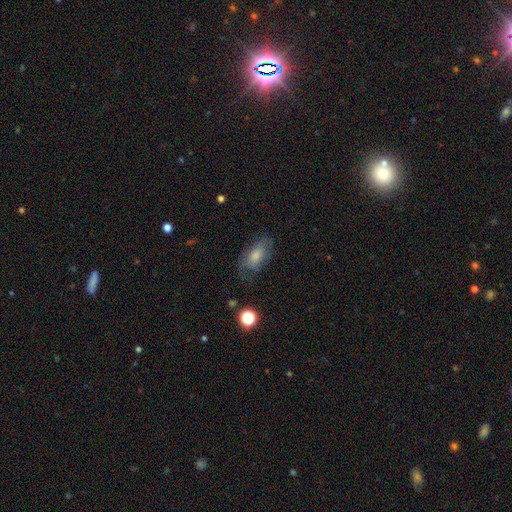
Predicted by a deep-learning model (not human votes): smooth-or-featured: smooth: 65% | featured or disk: 26% | star or artifact: 9%
  how-rounded: in between: 88% | cigar-shaped: 6% | round: 6%
  merging: none: 61% | minor disturbance: 25% | major disturbance: 13% | merger: 2%